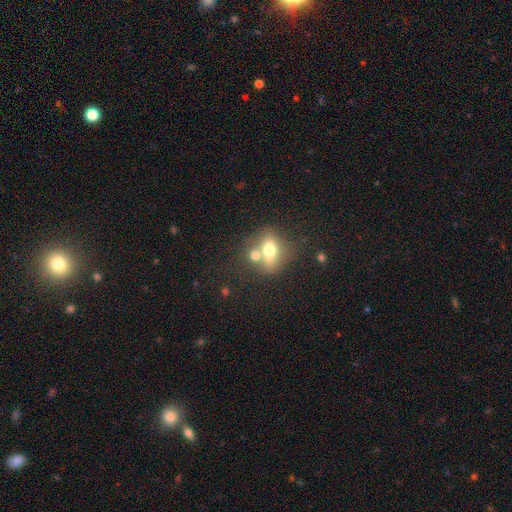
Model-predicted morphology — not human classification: smooth 67%, featured or disk 22%, star or artifact 11%. Down the decision tree: how rounded — in between (59%); merging — merger (46%).